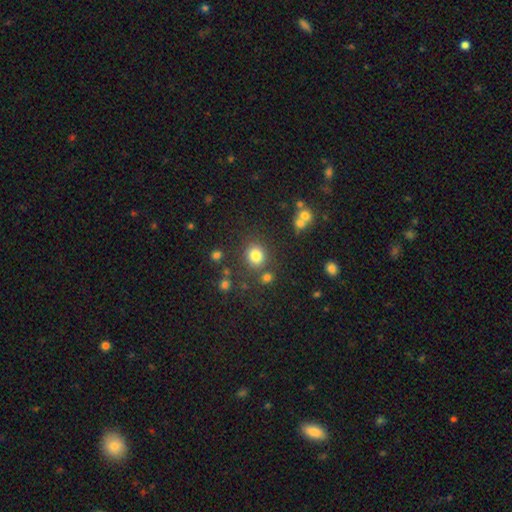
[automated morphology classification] type=smooth (81%); roundness=round (78%); merging=none (77%).